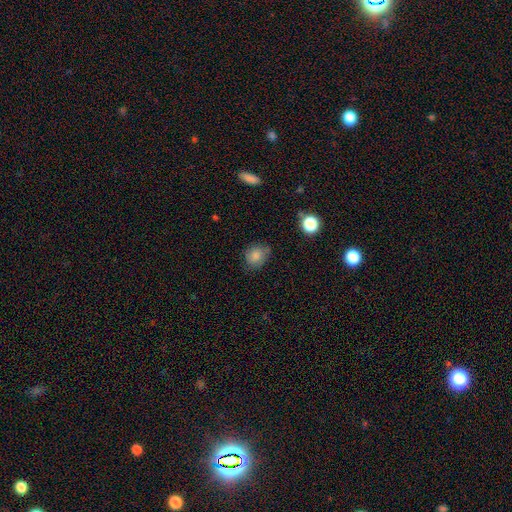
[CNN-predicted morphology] This appears to be a smooth galaxy with no disk features (82%) that is round (62%). Merging: none (69%).